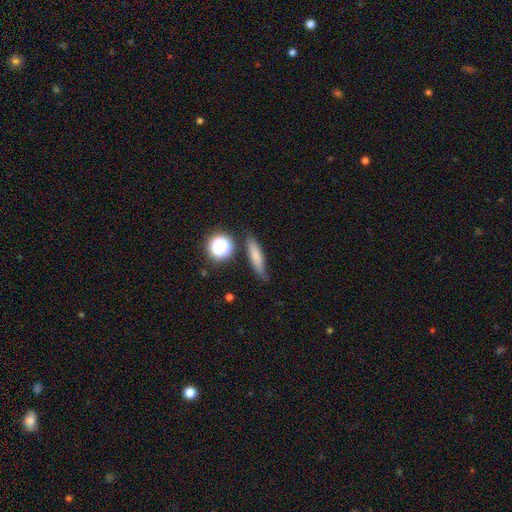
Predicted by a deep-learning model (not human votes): Q: Smooth or featured?
A: smooth (71%); runner-up: featured or disk (18%)
Q: How rounded?
A: cigar-shaped (71%); runner-up: in between (22%)
Q: Merging?
A: none (76%); runner-up: minor disturbance (16%)